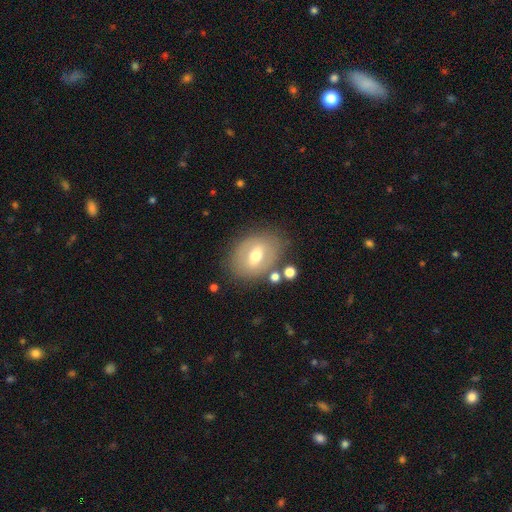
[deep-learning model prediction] The model was most divided on "smooth or featured": featured or disk: 48%, smooth: 43%, star or artifact: 9%. More confident: merging — none (76%).